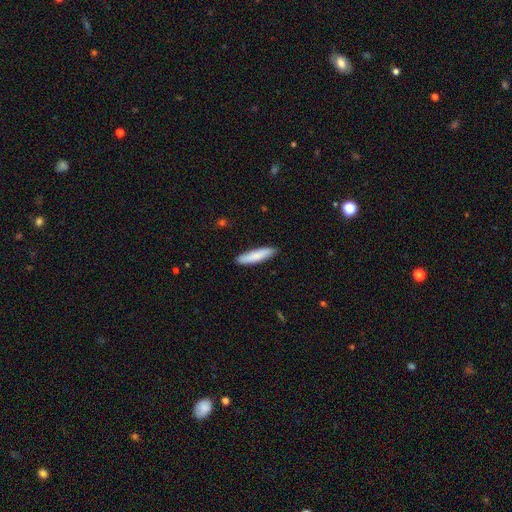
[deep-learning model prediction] This is clearly a smooth galaxy (81%). How rounded: clearly cigar-shaped (80%). Merging: clearly none (89%).